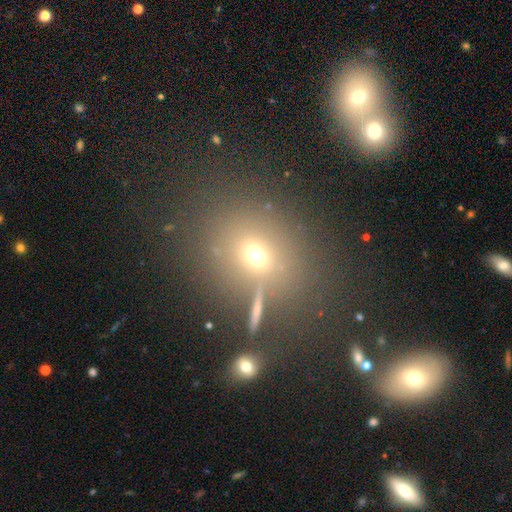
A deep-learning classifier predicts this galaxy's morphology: Smooth or featured?
  - smooth: 60% *
  - star or artifact: 25%
  - featured or disk: 14%
How rounded?
  - round: 64% *
  - in between: 34%
  - cigar-shaped: 2%
Merging?
  - none: 73% *
  - minor disturbance: 11%
  - merger: 10%
  - major disturbance: 6%